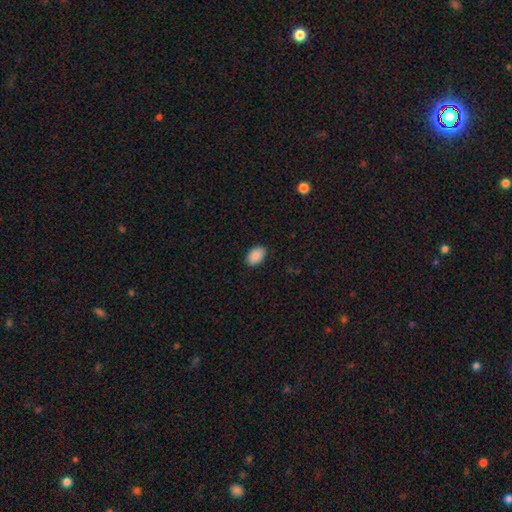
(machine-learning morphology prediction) Smooth or featured? smooth (90%)
How rounded? in between (91%)
Merging? none (88%)